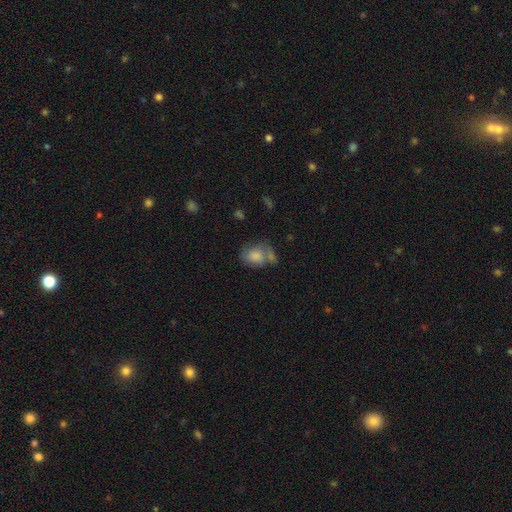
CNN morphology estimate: Smooth or featured?
  - smooth: 75% *
  - featured or disk: 17%
  - star or artifact: 8%
How rounded?
  - in between: 53% *
  - round: 46%
  - cigar-shaped: 1%
Merging?
  - none: 38% *
  - merger: 30%
  - minor disturbance: 21%
  - major disturbance: 12%